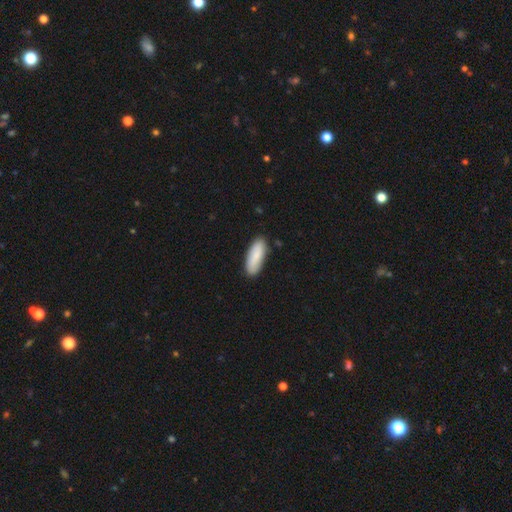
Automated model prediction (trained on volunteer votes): Smooth or featured: smooth — 85% (featured or disk — 9%)
How rounded: in between — 62% (cigar-shaped — 36%)
Merging: none — 86% (minor disturbance — 11%)